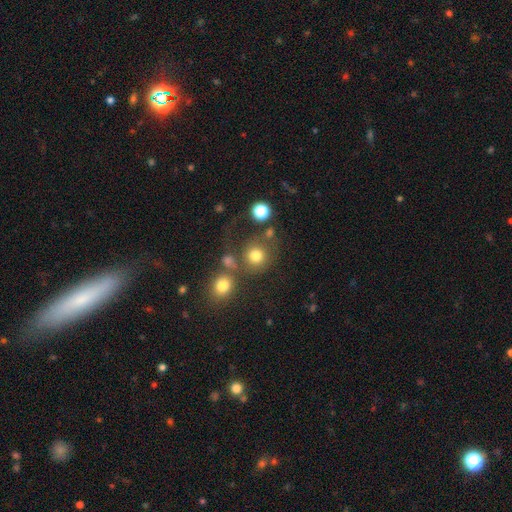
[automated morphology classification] smooth-or-featured: smooth: 75% | star or artifact: 14% | featured or disk: 10%
  how-rounded: round: 88% | in between: 11% | cigar-shaped: 1%
  merging: none: 60% | merger: 18% | minor disturbance: 12% | major disturbance: 10%